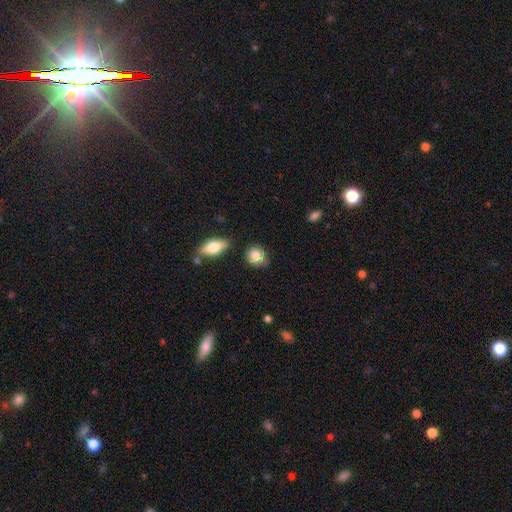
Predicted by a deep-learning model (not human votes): The model was most divided on "how rounded": round: 67%, in between: 31%, cigar-shaped: 2%. More confident: smooth or featured — smooth (83%); merging — none (73%).